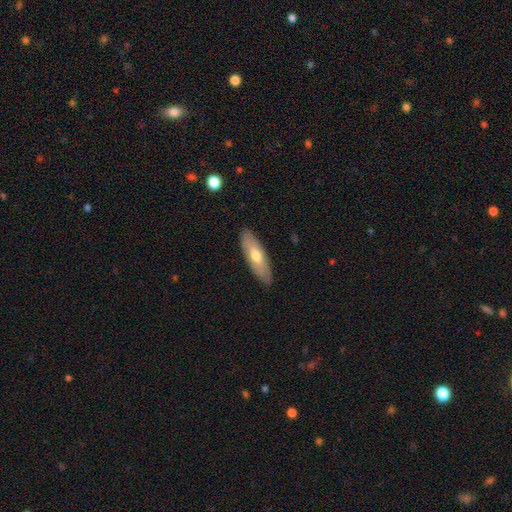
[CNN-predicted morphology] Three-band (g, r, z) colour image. It shows a smooth galaxy with no disk features (57%) that is in between round and cigar-shaped (51%). Merging: none (87%).